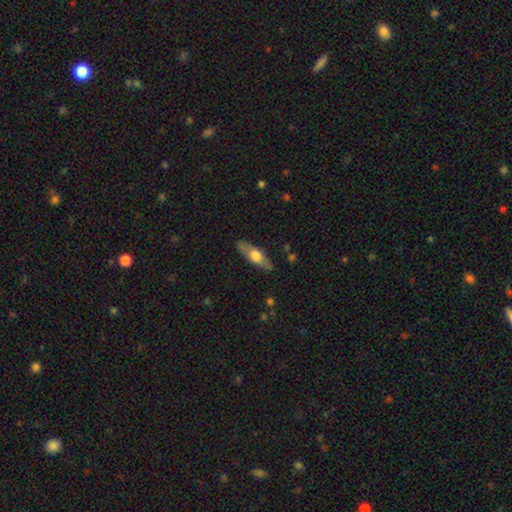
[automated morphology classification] This appears to be a smooth galaxy with no disk features (49%). Merging: none (86%).